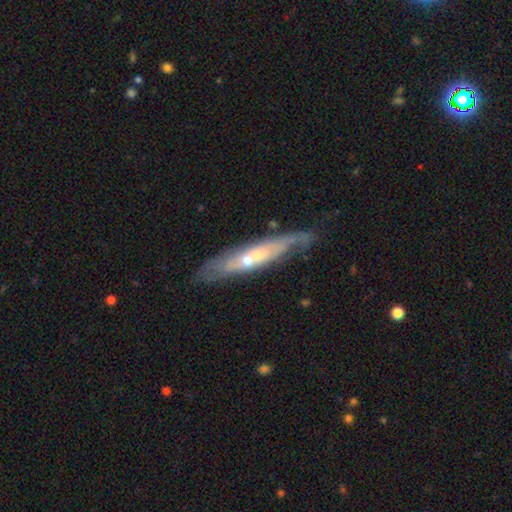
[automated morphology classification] A featured or disk galaxy (68%) viewed edge-on (53%). Merging: none (58%).